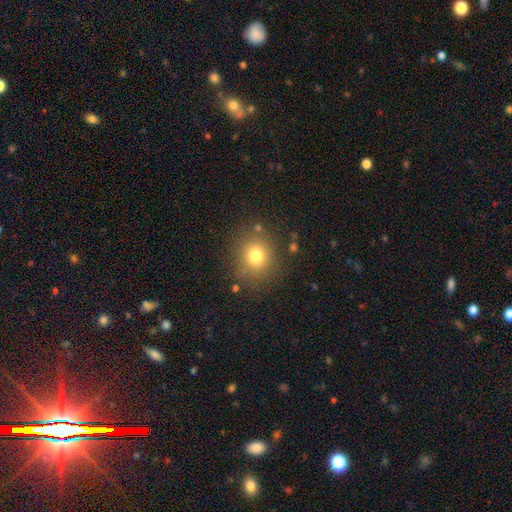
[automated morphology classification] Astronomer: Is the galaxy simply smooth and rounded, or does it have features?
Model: smooth — 75%.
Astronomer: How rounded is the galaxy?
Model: round — 81%.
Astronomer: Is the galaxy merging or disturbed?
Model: none — 80%.